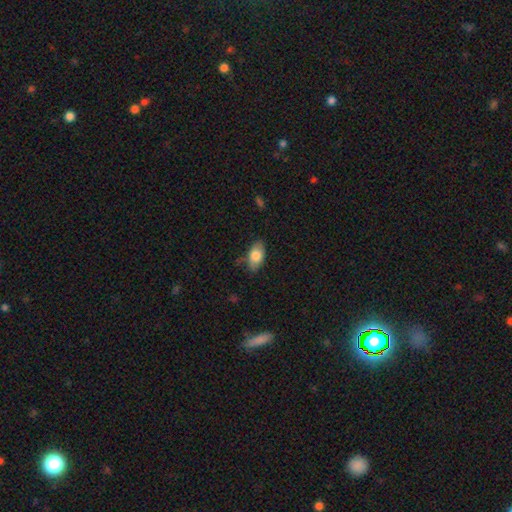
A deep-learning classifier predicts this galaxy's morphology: smooth 78%, featured or disk 15%, star or artifact 7%. Down the decision tree: how rounded — in between (91%); merging — none (74%).